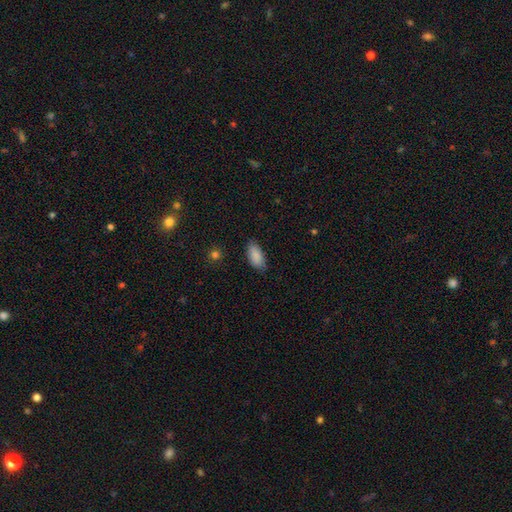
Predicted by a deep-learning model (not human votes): smooth_or_featured: smooth (p=0.89) [alt: star or artifact p=0.06]
how_rounded: in between (p=0.91) [alt: cigar-shaped p=0.07]
merging: none (p=0.82) [alt: minor disturbance p=0.15]